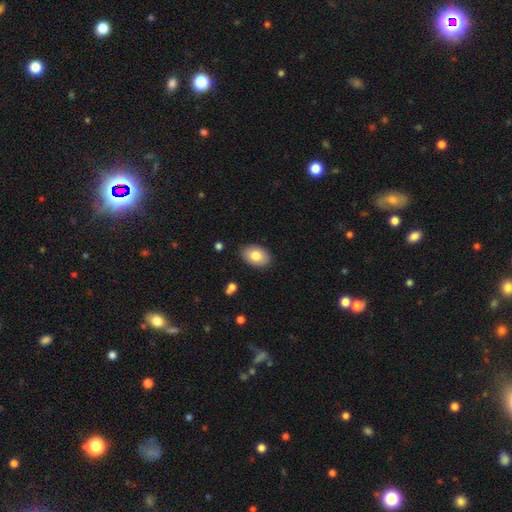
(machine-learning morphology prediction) smooth-or-featured: smooth: 80% | featured or disk: 13% | star or artifact: 7%
  how-rounded: in between: 90% | round: 9% | cigar-shaped: 1%
  merging: none: 87% | minor disturbance: 10% | major disturbance: 2% | merger: 1%